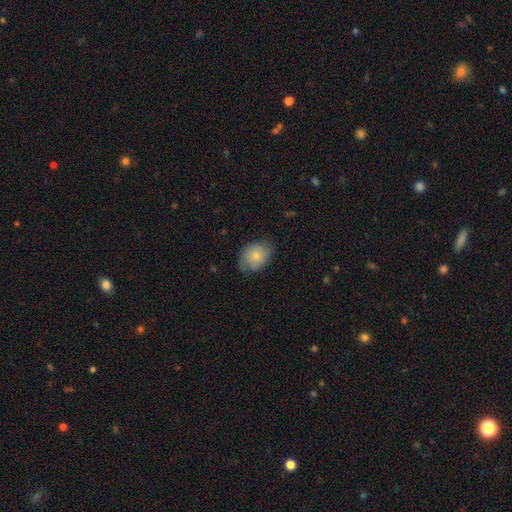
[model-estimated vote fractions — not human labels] This appears to be a smooth galaxy with no disk features (73%) that is in between round and cigar-shaped (59%). Merging: none (63%).